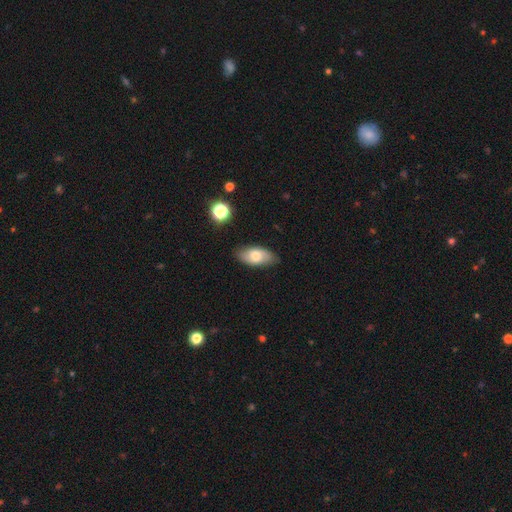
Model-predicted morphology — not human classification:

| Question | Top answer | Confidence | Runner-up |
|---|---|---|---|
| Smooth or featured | smooth | 71% | featured or disk (22%) |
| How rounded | in between | 91% | cigar-shaped (5%) |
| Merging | none | 82% | minor disturbance (14%) |